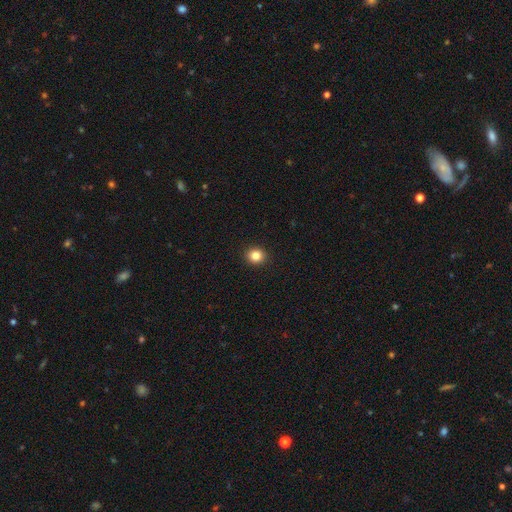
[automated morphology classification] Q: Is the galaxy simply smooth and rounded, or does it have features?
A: smooth — 84%.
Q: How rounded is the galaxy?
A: round — 85%.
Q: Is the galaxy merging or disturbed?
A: none — 93%.